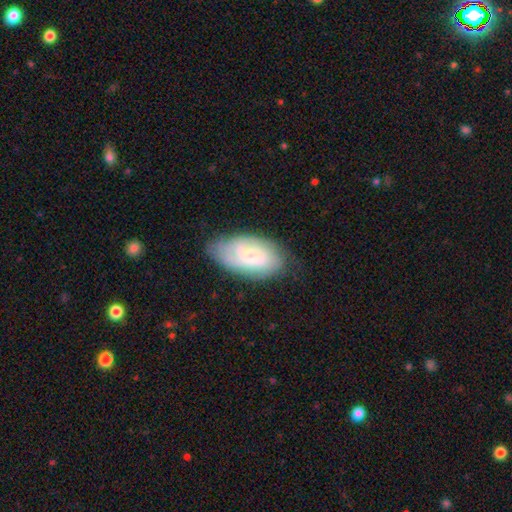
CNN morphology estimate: smooth_or_featured: featured or disk (p=0.54) [alt: smooth p=0.38]
disk_edge_on: no (p=0.95) [alt: yes p=0.05]
bar: no (p=0.64) [alt: weak p=0.31]
has_spiral_arms: yes (p=0.80) [alt: no p=0.20]
bulge_size: small (p=0.59) [alt: moderate p=0.30]
merging: none (p=0.59) [alt: minor disturbance p=0.27]